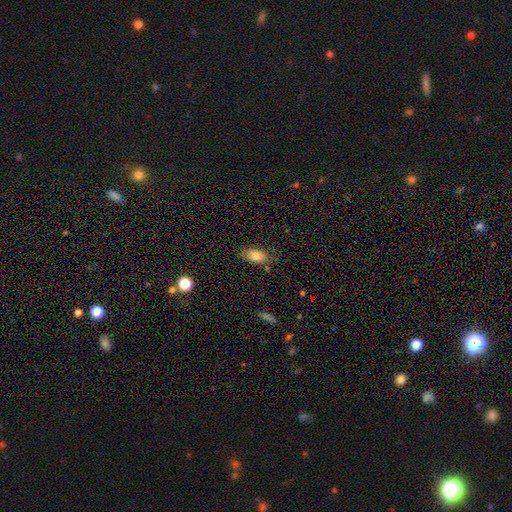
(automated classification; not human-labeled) Overall: smooth (81%). How rounded: in between (90%). Merging: none (67%).